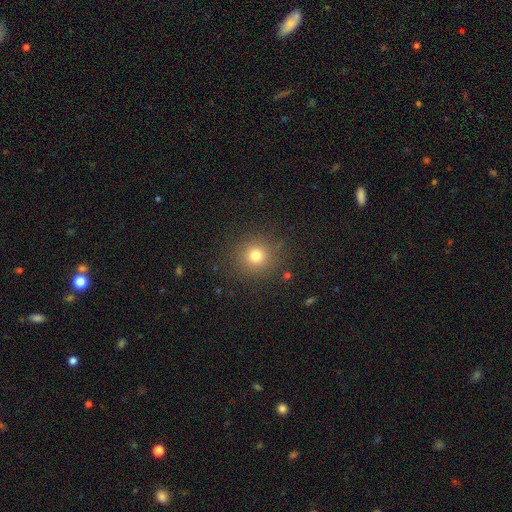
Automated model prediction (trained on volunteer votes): Overall: smooth (75%). How rounded: round (93%). Merging: none (88%).